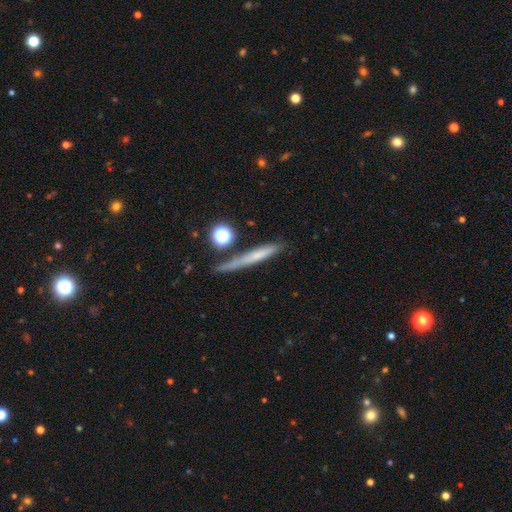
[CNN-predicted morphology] type=smooth (57%); roundness=cigar-shaped (90%); merging=none (74%).